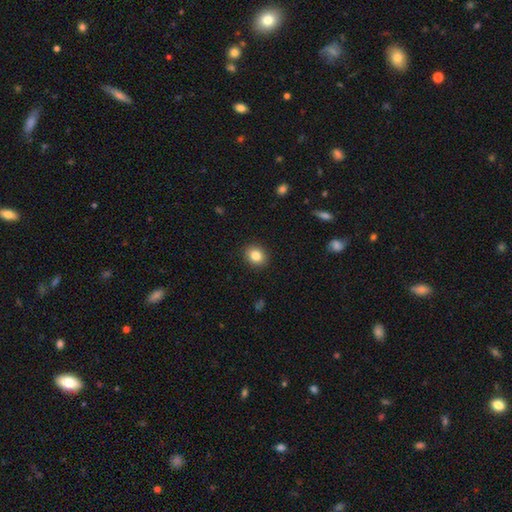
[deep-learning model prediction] The model was most divided on "how rounded": round: 70%, in between: 29%, cigar-shaped: 1%. More confident: merging — none (91%); smooth or featured — smooth (84%).